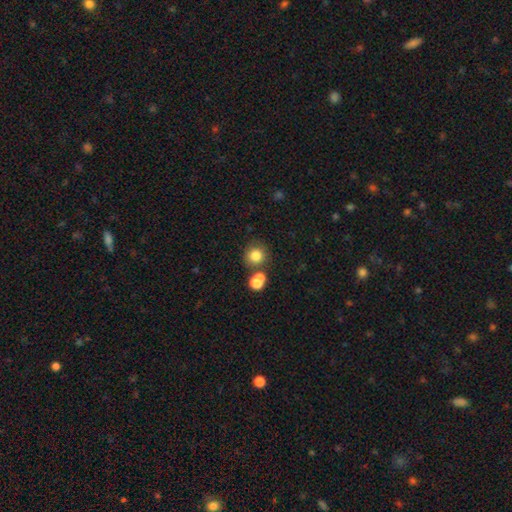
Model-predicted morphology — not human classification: The model was most divided on "merging": none: 66%, merger: 20%, minor disturbance: 10%, major disturbance: 4%. More confident: how rounded — round (90%); smooth or featured — smooth (79%).